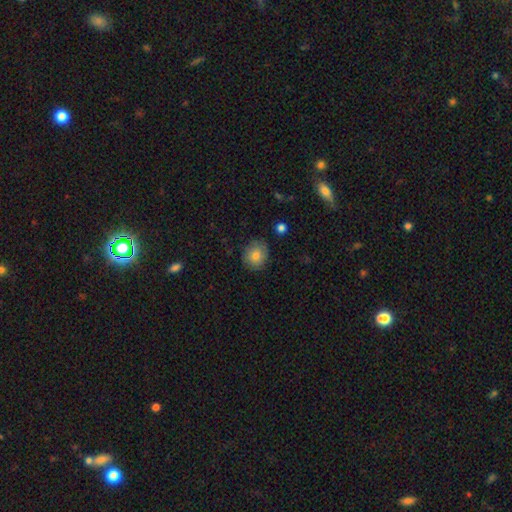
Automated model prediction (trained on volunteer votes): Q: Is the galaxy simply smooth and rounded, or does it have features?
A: smooth — 80%.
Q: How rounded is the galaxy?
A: round — 73%.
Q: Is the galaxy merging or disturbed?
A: none — 81%.